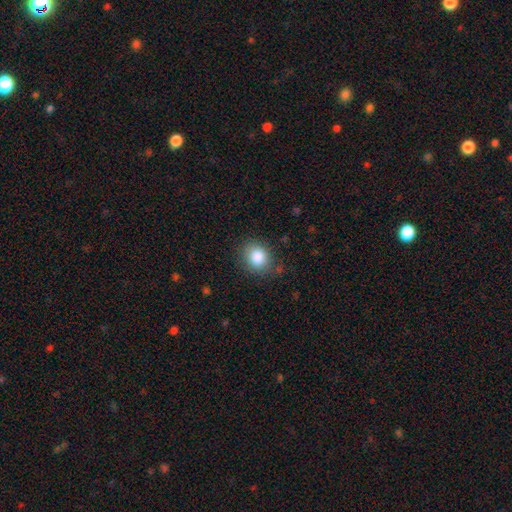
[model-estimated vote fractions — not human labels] Q: Smooth or featured?
A: smooth (86%); runner-up: star or artifact (9%)
Q: How rounded?
A: round (70%); runner-up: in between (29%)
Q: Merging?
A: none (81%); runner-up: minor disturbance (14%)